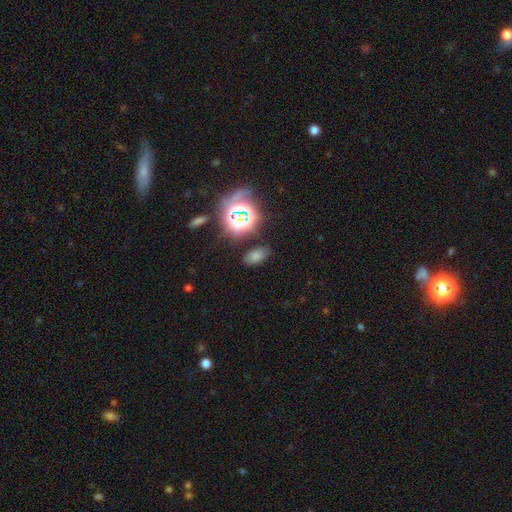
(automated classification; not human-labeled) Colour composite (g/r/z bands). It shows a smooth galaxy with no disk features (61%) that is in between round and cigar-shaped (88%). Merging: none (79%).